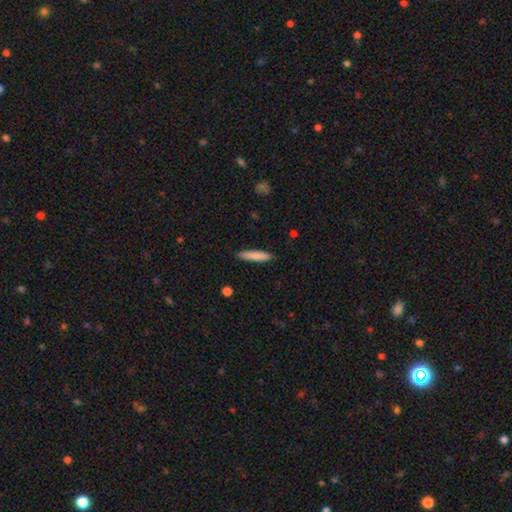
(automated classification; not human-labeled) smooth 83%, featured or disk 11%, star or artifact 6%. Down the decision tree: how rounded — cigar-shaped (88%); merging — none (89%).